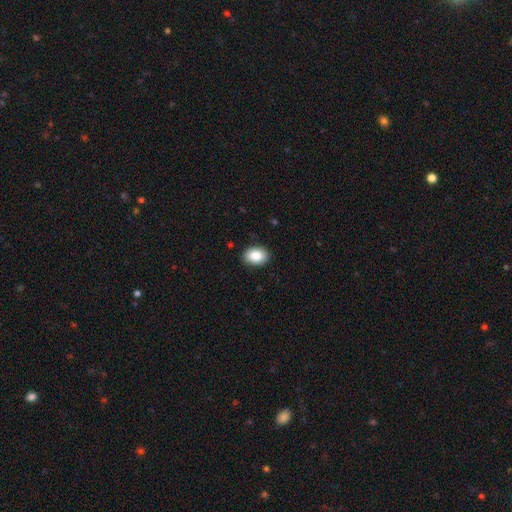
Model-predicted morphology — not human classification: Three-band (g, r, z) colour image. It shows a smooth galaxy with no disk features (88%) that is in between round and cigar-shaped (80%). Merging: none (89%).